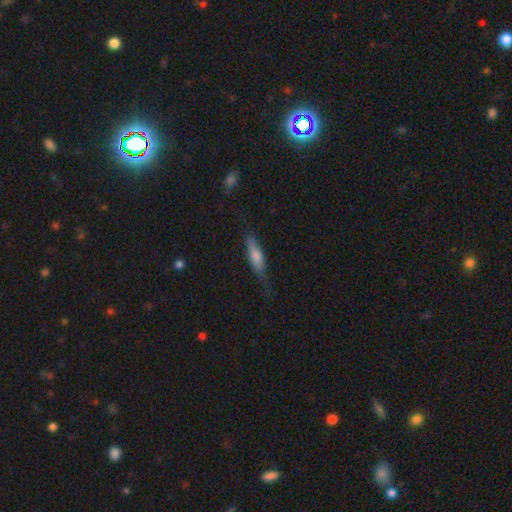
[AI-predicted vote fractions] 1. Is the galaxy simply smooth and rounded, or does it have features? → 67% smooth, 27% featured or disk, 6% star or artifact.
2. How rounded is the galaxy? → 66% cigar-shaped, 32% in between, 2% round.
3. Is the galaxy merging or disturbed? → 59% none, 30% minor disturbance, 9% major disturbance, 2% merger.